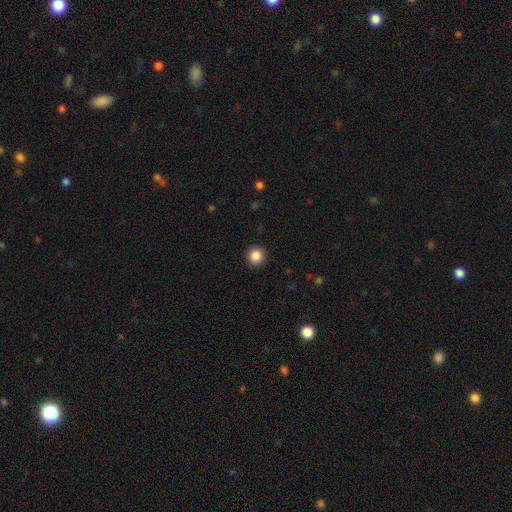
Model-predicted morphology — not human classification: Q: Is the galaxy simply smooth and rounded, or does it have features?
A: smooth — 86%.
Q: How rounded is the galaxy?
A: round — 94%.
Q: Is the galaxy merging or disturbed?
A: none — 92%.